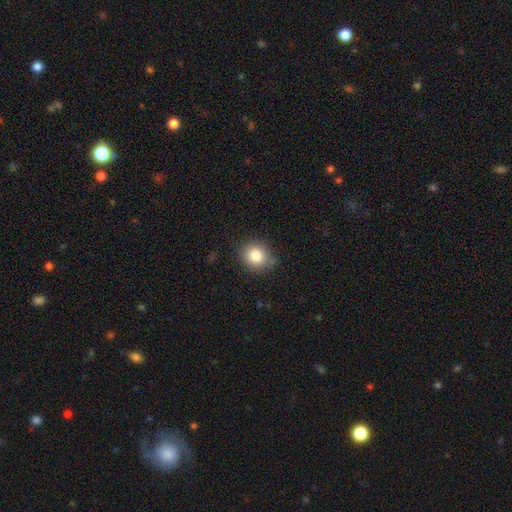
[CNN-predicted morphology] This appears to be a smooth galaxy with no disk features (83%) that is round (80%). Merging: none (83%).